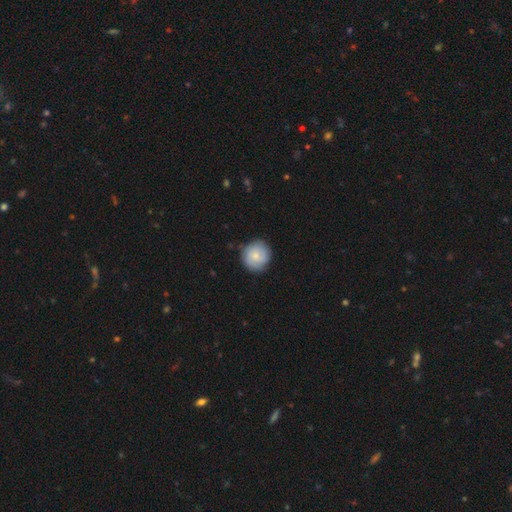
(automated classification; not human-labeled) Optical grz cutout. It shows a smooth galaxy with no disk features (71%) that is round (93%). Merging: none (83%).